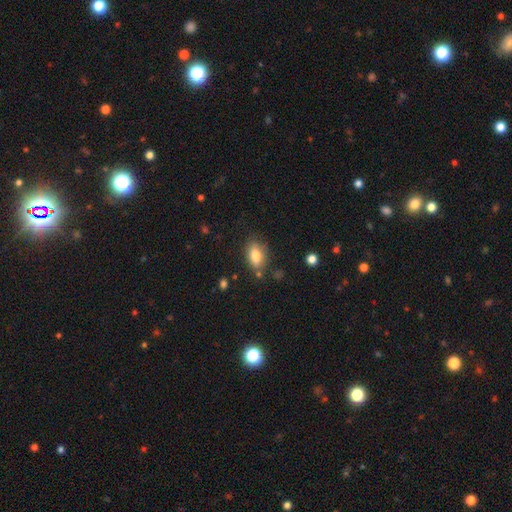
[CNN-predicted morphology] smooth-or-featured: smooth: 78% | featured or disk: 14% | star or artifact: 8%
  how-rounded: in between: 86% | round: 7% | cigar-shaped: 7%
  merging: none: 74% | minor disturbance: 17% | merger: 5% | major disturbance: 4%